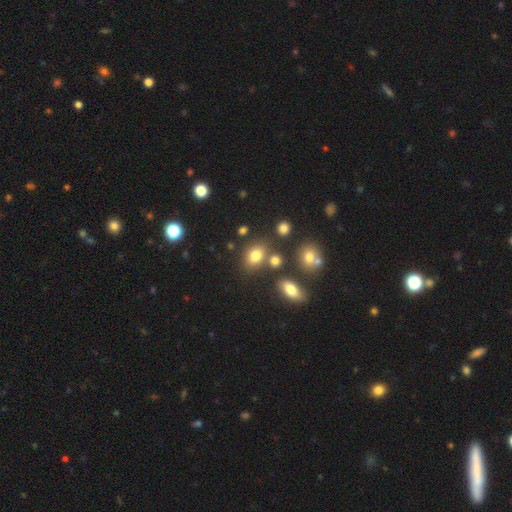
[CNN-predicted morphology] This appears to be a smooth galaxy with no disk features (76%) that is in between round and cigar-shaped (67%). Merging: none (67%).